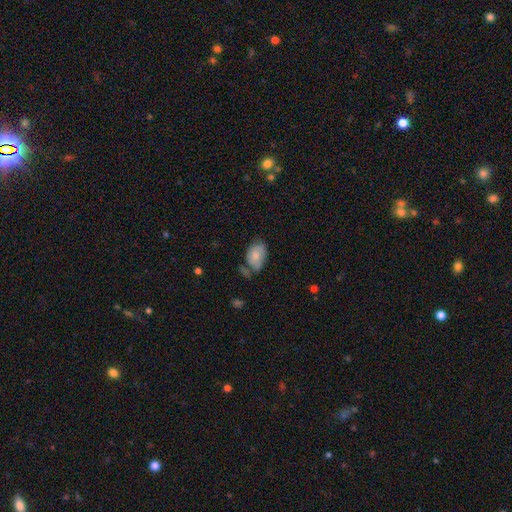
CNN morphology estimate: This appears to be a smooth galaxy with no disk features (69%) that is in between round and cigar-shaped (86%). Merging: none (46%).